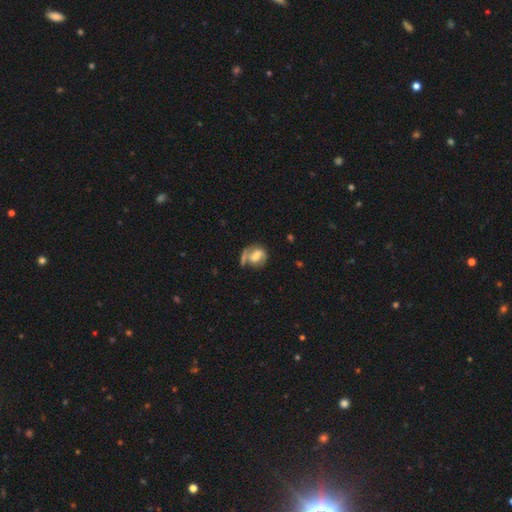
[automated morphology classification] The model was most divided on "smooth or featured": featured or disk: 52%, smooth: 40%, star or artifact: 8%. Remaining: edge-on disk — no (96%); merging — none (46%).